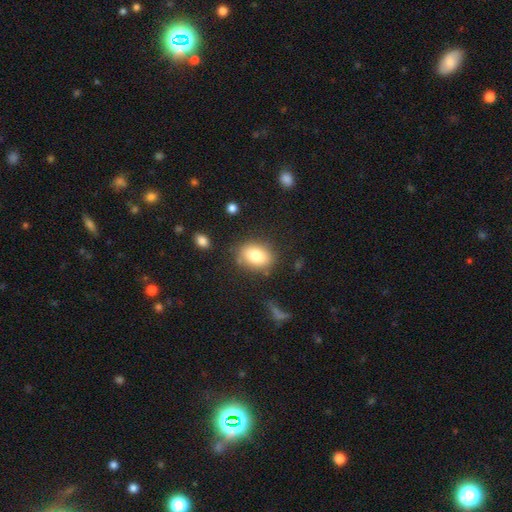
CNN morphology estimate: smooth_or_featured: smooth (p=0.81) [alt: featured or disk p=0.10]
how_rounded: in between (p=0.71) [alt: round p=0.28]
merging: none (p=0.78) [alt: minor disturbance p=0.13]